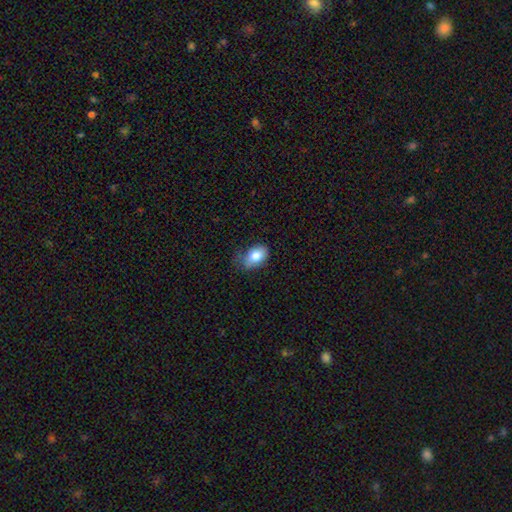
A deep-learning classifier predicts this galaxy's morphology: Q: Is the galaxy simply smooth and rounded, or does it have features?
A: smooth — 82%.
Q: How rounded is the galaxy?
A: in between — 88%.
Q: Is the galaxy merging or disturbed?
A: none — 51%.